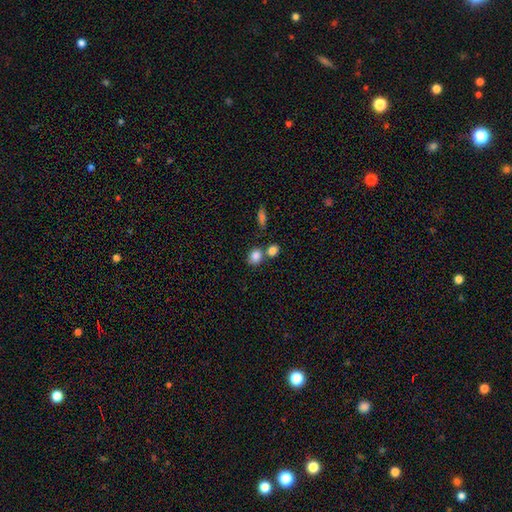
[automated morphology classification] The model was most divided on "how rounded": round: 51%, in between: 48%, cigar-shaped: 1%. More confident: smooth or featured — smooth (84%); merging — none (56%).